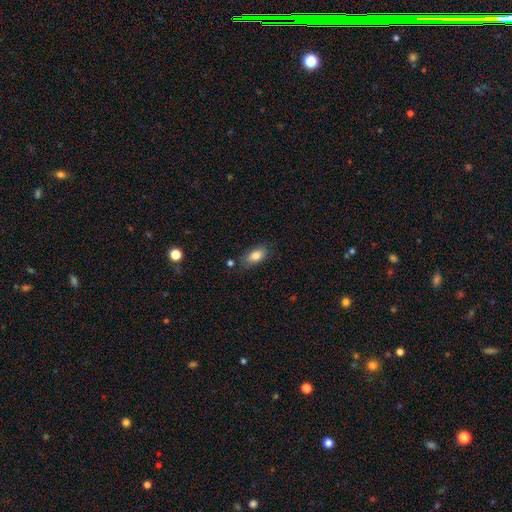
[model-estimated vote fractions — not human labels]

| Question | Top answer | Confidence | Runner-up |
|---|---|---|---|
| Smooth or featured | smooth | 82% | featured or disk (10%) |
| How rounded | in between | 88% | cigar-shaped (6%) |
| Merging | none | 73% | minor disturbance (19%) |